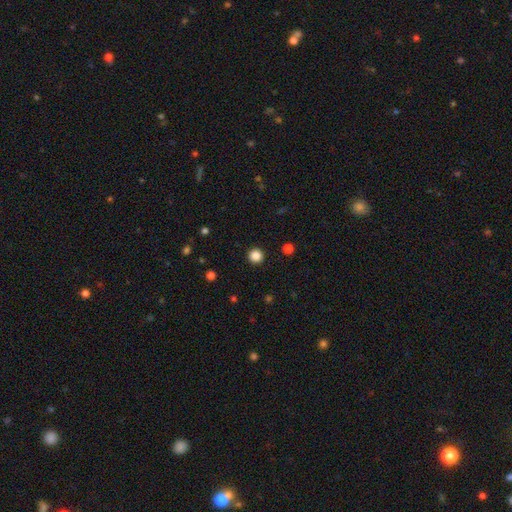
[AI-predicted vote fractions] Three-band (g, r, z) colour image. It shows a smooth galaxy with no disk features (86%) that is round (96%). Merging: none (93%).